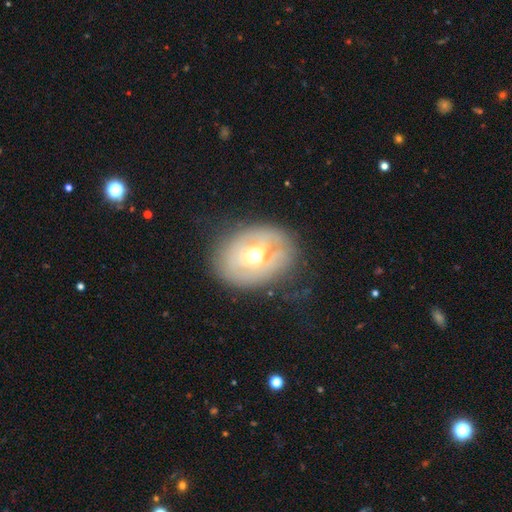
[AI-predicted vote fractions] Smooth or featured? featured or disk (59%)
Edge-on disk? no (93%)
Bar? no (55%)
Spiral arms? no (61%)
Bulge size? moderate (72%)
Merging? none (62%)